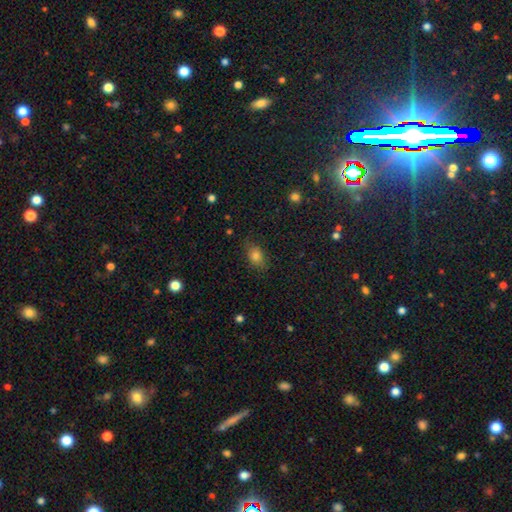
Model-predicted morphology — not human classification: The model was most divided on "how rounded": in between: 69%, round: 29%, cigar-shaped: 2%. More confident: merging — none (78%); smooth or featured — smooth (76%).